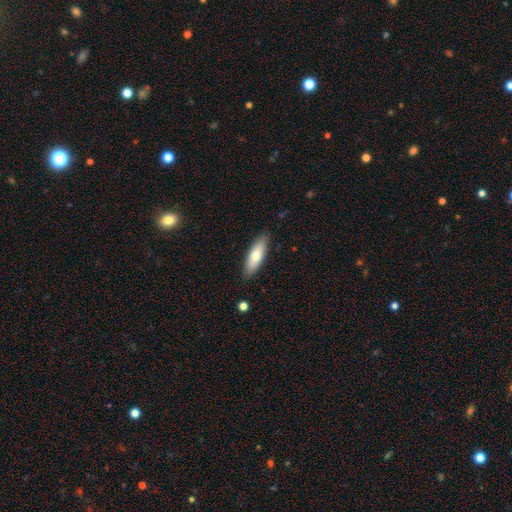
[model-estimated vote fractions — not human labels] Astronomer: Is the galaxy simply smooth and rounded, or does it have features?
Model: smooth — 72%.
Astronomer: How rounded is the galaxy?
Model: in between — 52% (runner-up: cigar-shaped, 46%).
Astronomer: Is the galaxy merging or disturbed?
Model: none — 87%.